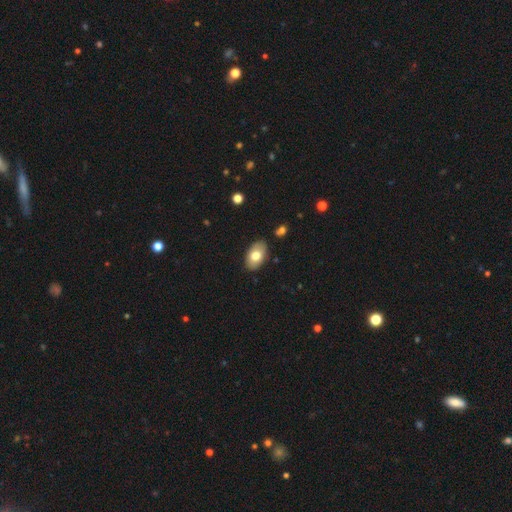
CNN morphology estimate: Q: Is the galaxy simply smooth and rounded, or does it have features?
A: smooth — 74%.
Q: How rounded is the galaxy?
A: in between — 93%.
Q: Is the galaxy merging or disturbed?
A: none — 86%.